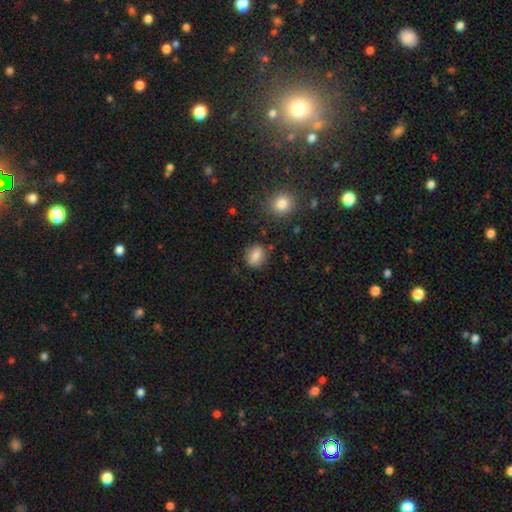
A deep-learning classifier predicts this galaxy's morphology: smooth 83%, star or artifact 9%, featured or disk 8%. Down the decision tree: how rounded — round (50%); merging — none (82%).